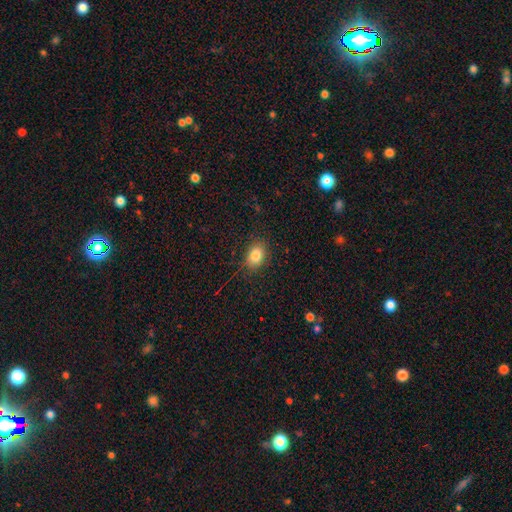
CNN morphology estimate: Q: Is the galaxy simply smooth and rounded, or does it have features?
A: smooth — 83%.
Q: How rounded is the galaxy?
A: in between — 72%.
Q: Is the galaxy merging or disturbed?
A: none — 85%.